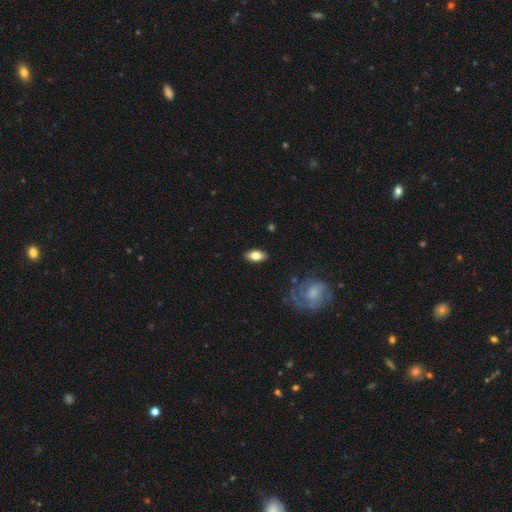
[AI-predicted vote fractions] smooth_or_featured: smooth (p=0.72) [alt: featured or disk p=0.21]
how_rounded: in between (p=0.89) [alt: cigar-shaped p=0.08]
merging: none (p=0.86) [alt: minor disturbance p=0.11]